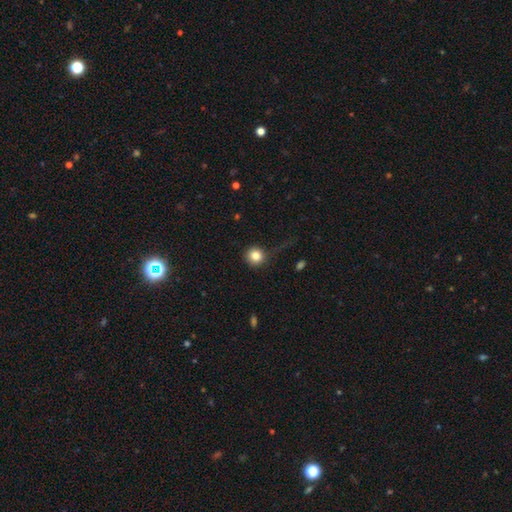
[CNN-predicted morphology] smooth 83%, star or artifact 11%, featured or disk 6%. Down the decision tree: how rounded — round (93%); merging — none (77%).